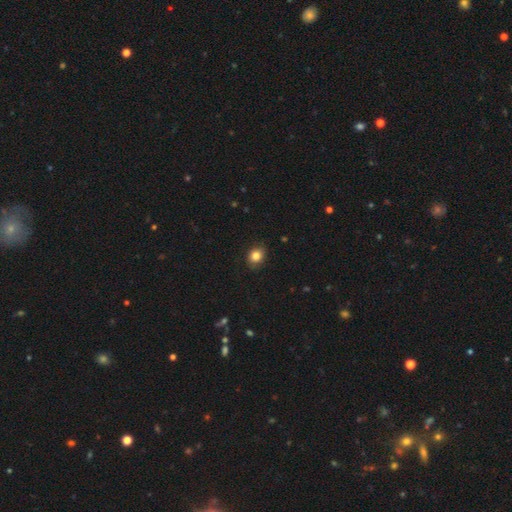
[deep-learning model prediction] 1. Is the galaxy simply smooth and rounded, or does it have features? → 84% smooth, 10% star or artifact, 6% featured or disk.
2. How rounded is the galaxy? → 57% round, 42% in between, 1% cigar-shaped.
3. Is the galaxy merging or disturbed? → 85% none, 12% minor disturbance, 2% major disturbance, 1% merger.